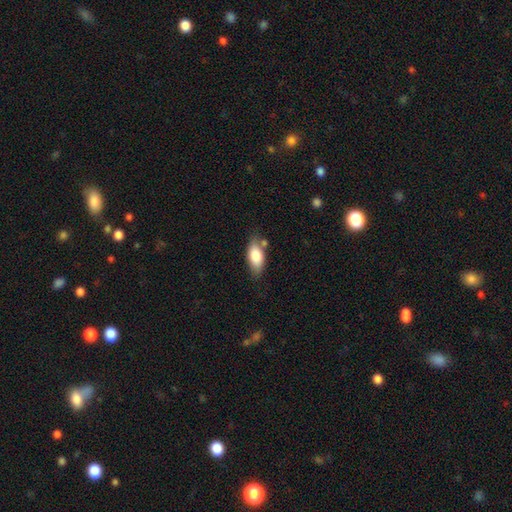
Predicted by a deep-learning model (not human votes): Q: Smooth or featured?
A: smooth (78%); runner-up: featured or disk (16%)
Q: How rounded?
A: in between (86%); runner-up: cigar-shaped (11%)
Q: Merging?
A: none (67%); runner-up: minor disturbance (20%)